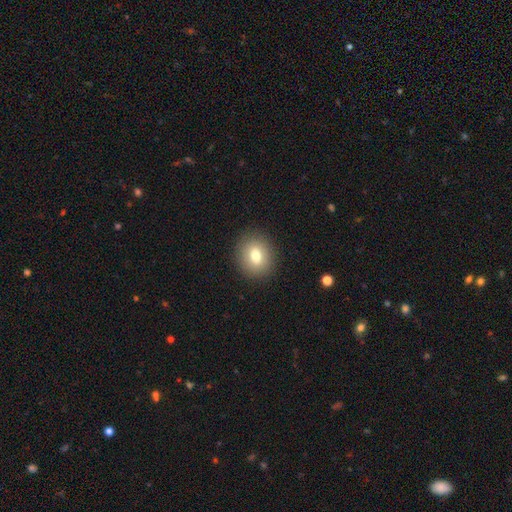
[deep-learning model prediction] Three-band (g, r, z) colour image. It shows a smooth galaxy with no disk features (75%) that is round (67%). Merging: none (89%).